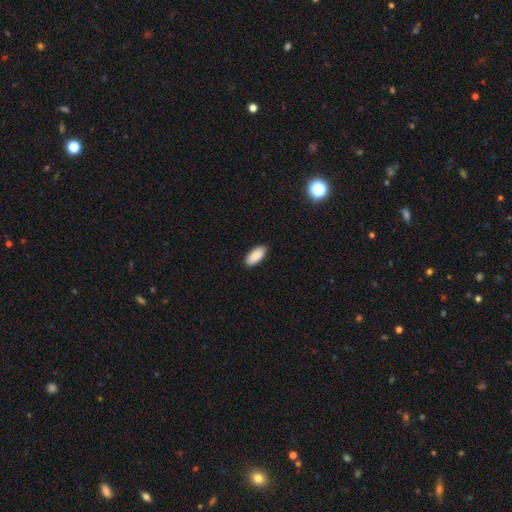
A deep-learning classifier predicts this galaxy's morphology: A smooth galaxy with no disk features (90%) that is in between round and cigar-shaped (91%). Merging: none (88%).